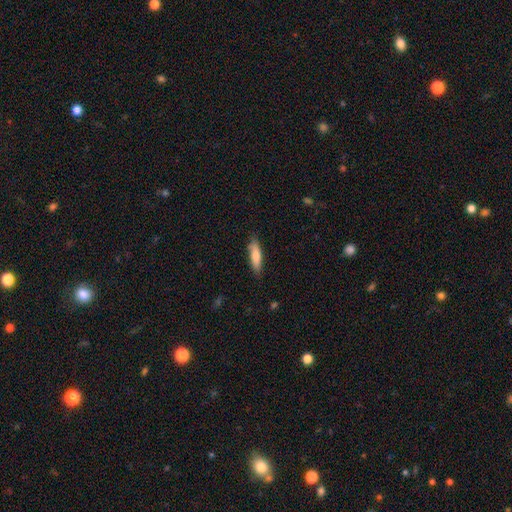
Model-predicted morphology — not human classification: Smooth or featured? Predicted: smooth (p=0.77). How rounded? Predicted: cigar-shaped (p=0.70). Merging? Predicted: none (p=0.84).